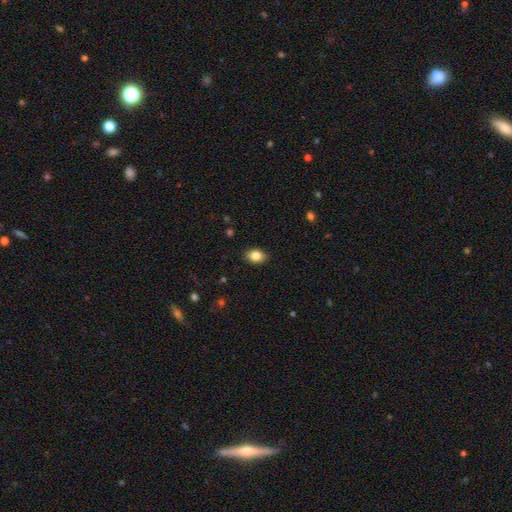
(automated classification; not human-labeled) This appears to be a smooth galaxy with no disk features (84%) that is in between round and cigar-shaped (77%). Merging: none (88%).